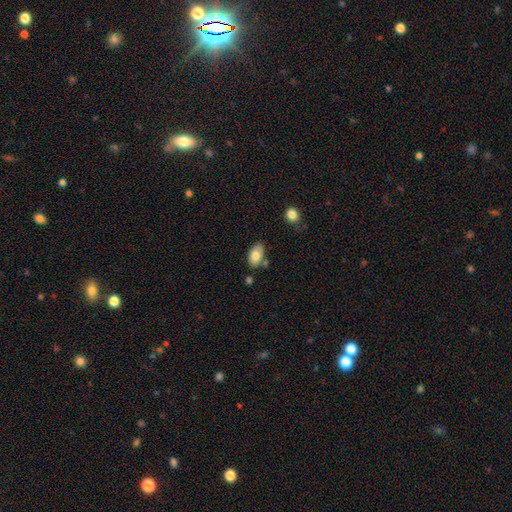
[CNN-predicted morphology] Smooth or featured? Predicted: smooth (p=0.80). How rounded? Predicted: in between (p=0.92). Merging? Predicted: none (p=0.67).